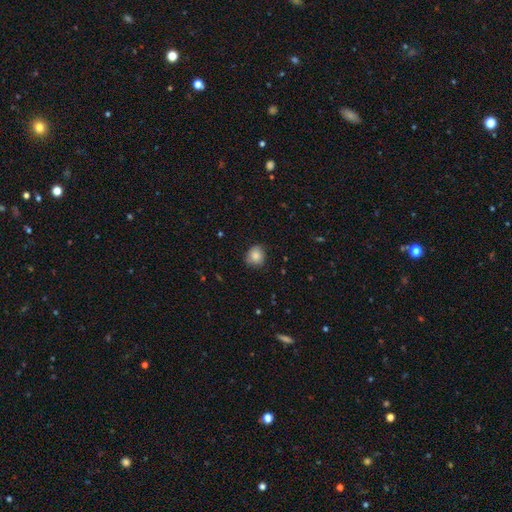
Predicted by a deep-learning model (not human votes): Smooth or featured? Predicted: smooth (p=0.84). How rounded? Predicted: round (p=0.78). Merging? Predicted: none (p=0.78).